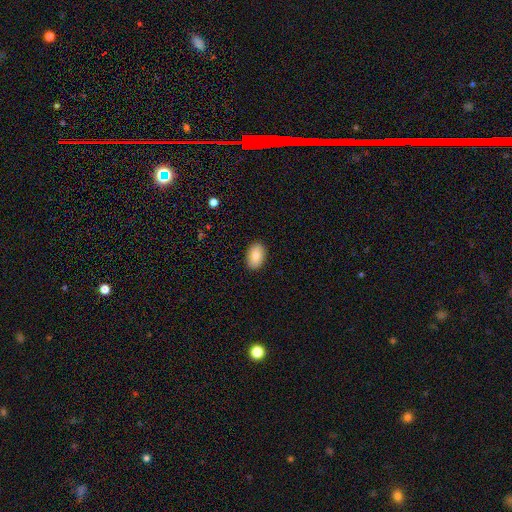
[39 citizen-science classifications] Volunteers were most divided on "smooth or featured": smooth: 82%, star or artifact: 10%, featured or disk: 8%. More confident: merging — none (94%); how rounded — in between (88%).